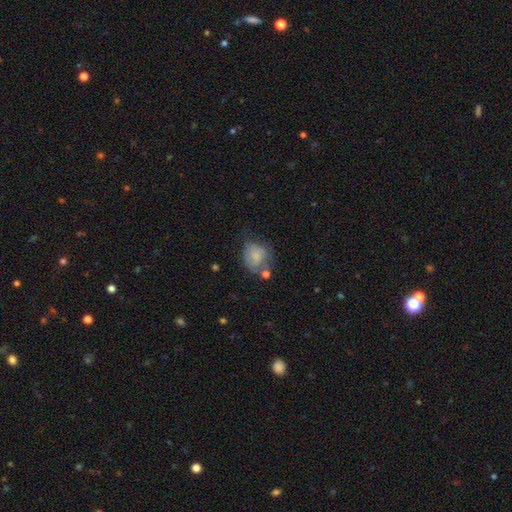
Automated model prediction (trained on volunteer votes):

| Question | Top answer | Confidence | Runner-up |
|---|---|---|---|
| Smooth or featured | smooth | 66% | featured or disk (25%) |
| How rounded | round | 59% | in between (40%) |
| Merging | none | 37% | minor disturbance (31%) |